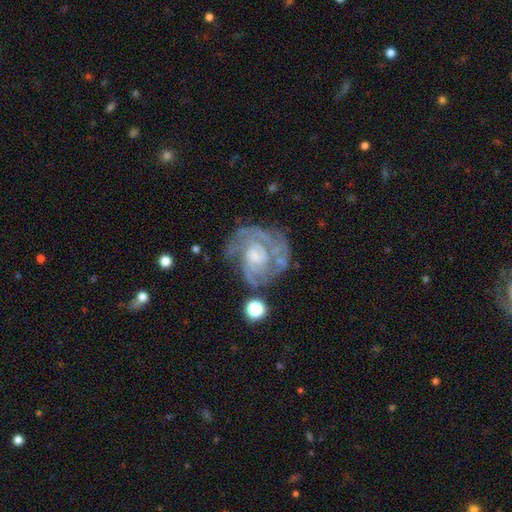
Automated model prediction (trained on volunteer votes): smooth-or-featured: featured or disk: 85% | smooth: 9% | star or artifact: 7%
  disk-edge-on: no: 98% | yes: 2%
    bar: no: 58% | weak: 35% | strong: 7%
    has-spiral-arms: yes: 92% | no: 8%
      spiral-winding: tight: 58% | medium: 33% | loose: 8%
      spiral-arm-count: can't tell: 31% | 2: 30% | 3: 21% | 4: 7% | 1: 6% | more than 4: 5%
    bulge-size: small: 41% | moderate: 35% | none: 17% | large: 6% | dominant: 1%
  merging: none: 58% | minor disturbance: 21% | major disturbance: 16% | merger: 5%